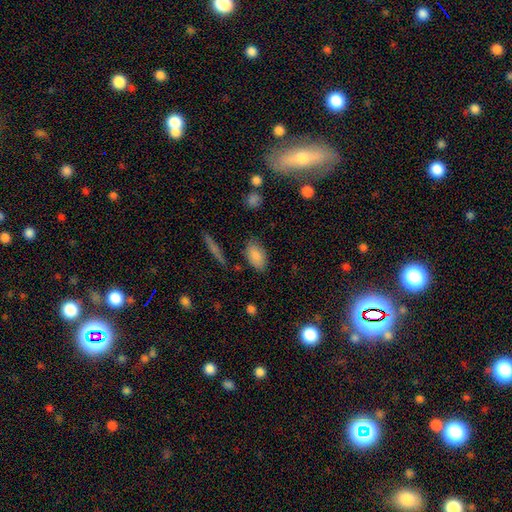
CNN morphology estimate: Smooth or featured?
  - smooth: 85% *
  - star or artifact: 8%
  - featured or disk: 7%
How rounded?
  - in between: 92% *
  - round: 5%
  - cigar-shaped: 3%
Merging?
  - none: 79% *
  - minor disturbance: 14%
  - major disturbance: 4%
  - merger: 3%